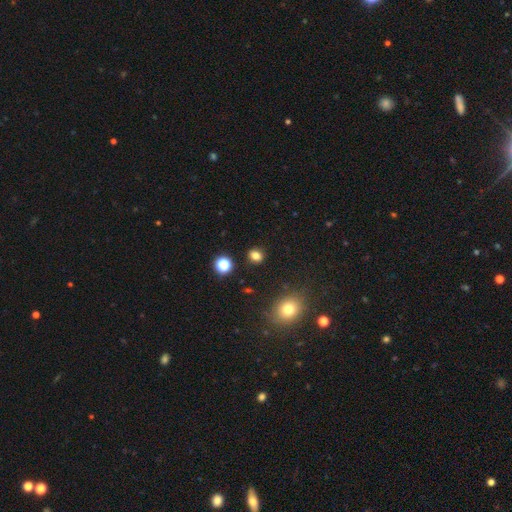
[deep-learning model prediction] This appears to be a smooth galaxy with no disk features (79%) that is round (70%). Merging: none (87%).